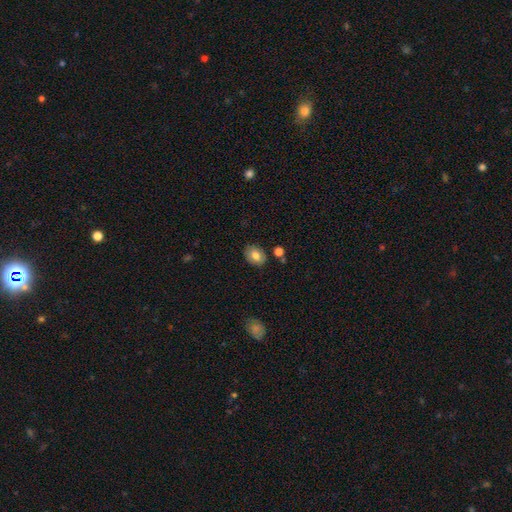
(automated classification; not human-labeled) smooth-or-featured: smooth: 77% | featured or disk: 15% | star or artifact: 8%
  how-rounded: in between: 68% | round: 31% | cigar-shaped: 1%
  merging: none: 81% | minor disturbance: 13% | merger: 4% | major disturbance: 3%